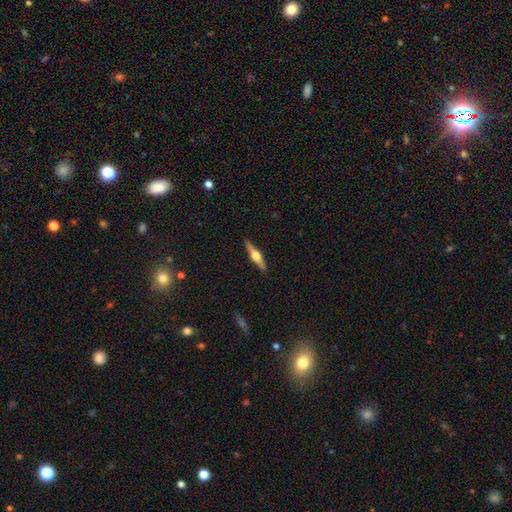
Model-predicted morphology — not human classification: Q: Smooth or featured?
A: featured or disk (72%); runner-up: smooth (23%)
Q: Edge-on disk?
A: yes (98%); runner-up: no (2%)
Q: Edge-on bulge?
A: rounded (93%); runner-up: boxy (5%)
Q: Merging?
A: none (90%); runner-up: minor disturbance (7%)